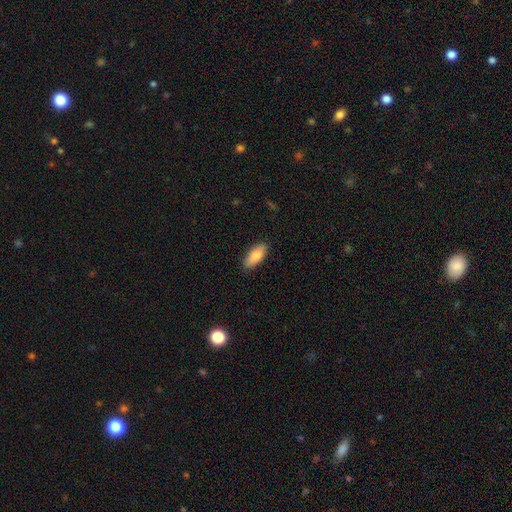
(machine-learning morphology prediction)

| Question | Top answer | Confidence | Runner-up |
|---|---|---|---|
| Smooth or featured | smooth | 83% | featured or disk (11%) |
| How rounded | in between | 83% | cigar-shaped (15%) |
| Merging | none | 85% | minor disturbance (12%) |